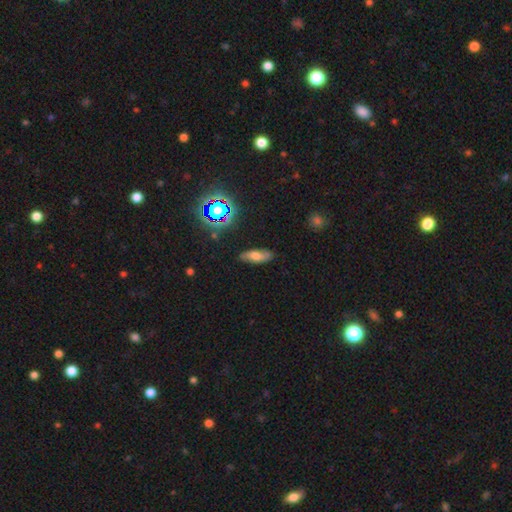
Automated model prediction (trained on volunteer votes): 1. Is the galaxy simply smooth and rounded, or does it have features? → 53% smooth, 33% featured or disk, 14% star or artifact.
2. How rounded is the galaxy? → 66% in between, 30% cigar-shaped, 4% round.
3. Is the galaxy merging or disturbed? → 81% none, 15% minor disturbance, 3% major disturbance, 2% merger.